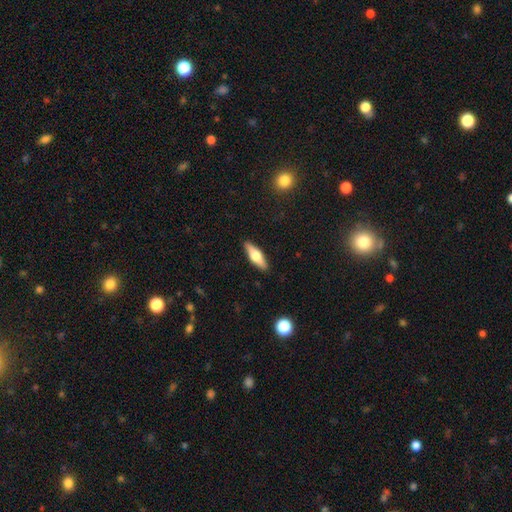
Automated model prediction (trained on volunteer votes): Smooth or featured? smooth (52%)
How rounded? cigar-shaped (54%)
Merging? none (90%)